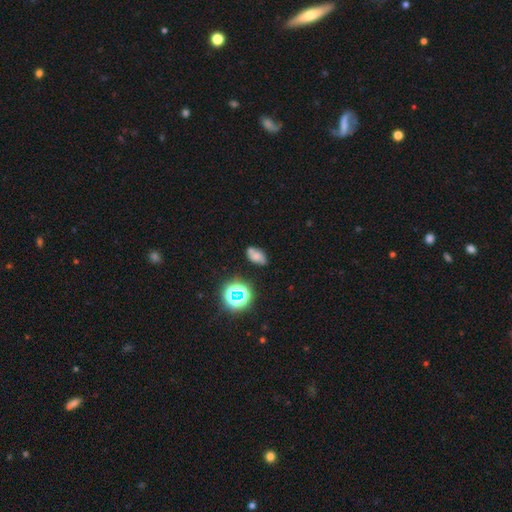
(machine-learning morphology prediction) Smooth or featured: smooth — 52% (featured or disk — 25%)
How rounded: in between — 86% (round — 11%)
Merging: none — 63% (minor disturbance — 21%)